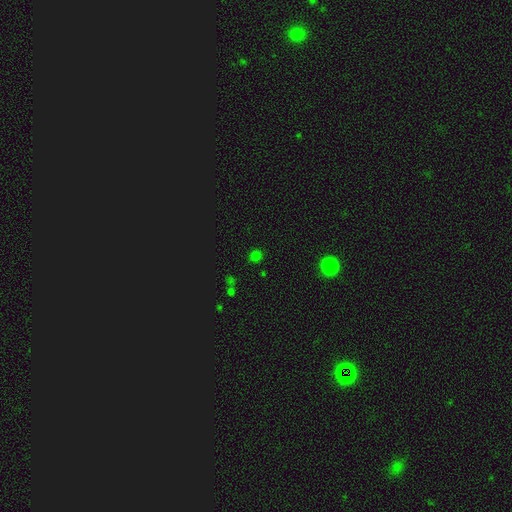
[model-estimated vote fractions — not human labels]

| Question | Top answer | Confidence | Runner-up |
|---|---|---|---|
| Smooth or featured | smooth | 65% | star or artifact (31%) |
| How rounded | round | 89% | in between (10%) |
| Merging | none | 85% | minor disturbance (8%) |